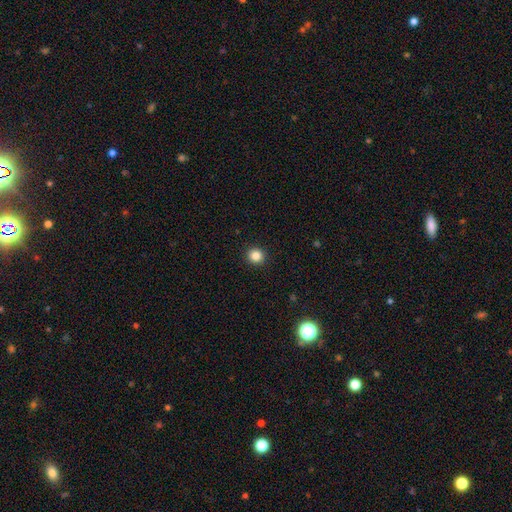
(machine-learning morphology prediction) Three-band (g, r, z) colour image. It shows a smooth galaxy with no disk features (85%) that is round (92%). Merging: none (93%).